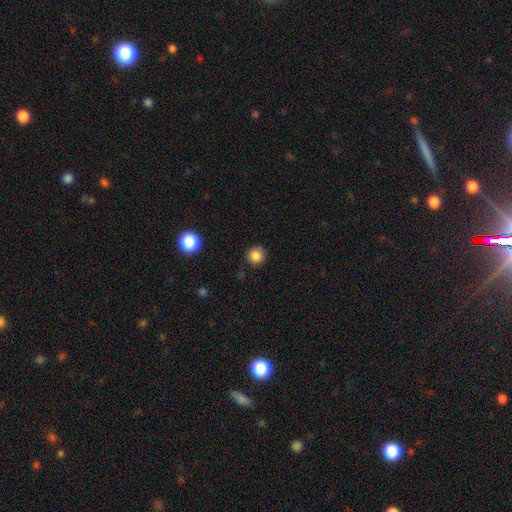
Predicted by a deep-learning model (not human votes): smooth_or_featured: smooth (p=0.84) [alt: star or artifact p=0.12]
how_rounded: round (p=0.94) [alt: in between p=0.05]
merging: none (p=0.89) [alt: minor disturbance p=0.08]